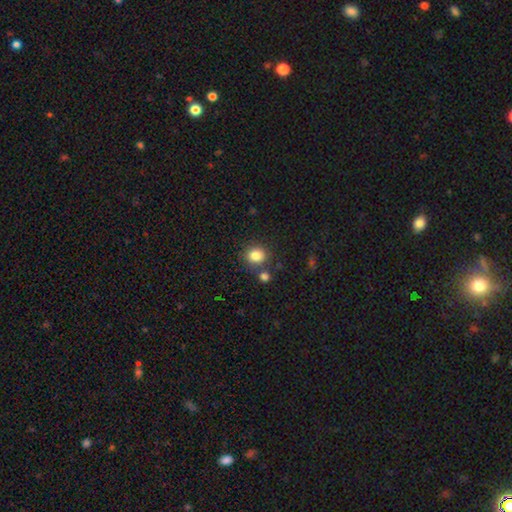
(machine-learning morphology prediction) Smooth or featured? smooth (84%)
How rounded? round (82%)
Merging? none (74%)